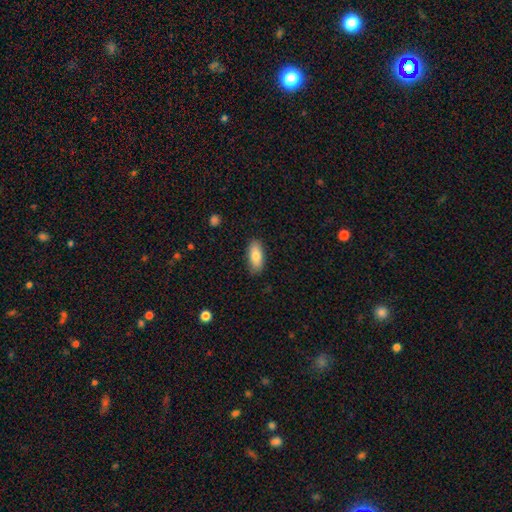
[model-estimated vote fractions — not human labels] Overall: smooth (82%). How rounded: in between (84%). Merging: none (85%).